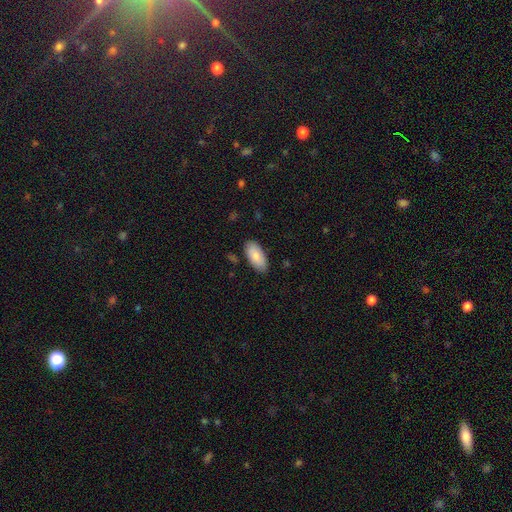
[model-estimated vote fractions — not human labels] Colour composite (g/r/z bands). It shows a smooth galaxy with no disk features (83%) that is in between round and cigar-shaped (93%). Merging: none (85%).